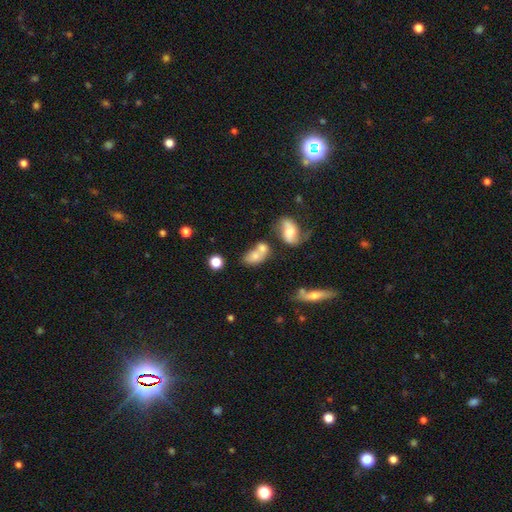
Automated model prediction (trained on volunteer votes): A smooth galaxy with no disk features (66%) that is in between round and cigar-shaped (75%).

Vote fractions:
- Smooth or featured? smooth: 66% / featured or disk: 22% / star or artifact: 12%
- How rounded? in between: 75% / round: 22% / cigar-shaped: 3%
- Merging? merger: 50% / none: 29% / minor disturbance: 13% / major disturbance: 8%